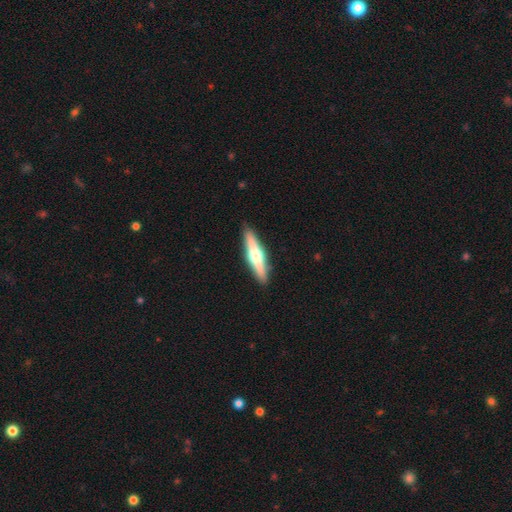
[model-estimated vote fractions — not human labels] The model was most divided on "smooth or featured": featured or disk: 60%, smooth: 35%, star or artifact: 5%. More confident: edge-on disk — yes (96%); edge-on bulge — rounded (95%); merging — none (91%).